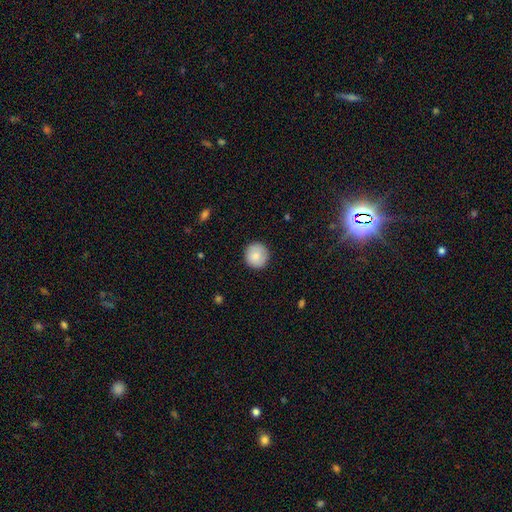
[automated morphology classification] Q: Smooth or featured?
A: smooth (82%); runner-up: featured or disk (11%)
Q: How rounded?
A: round (93%); runner-up: in between (6%)
Q: Merging?
A: none (88%); runner-up: minor disturbance (9%)